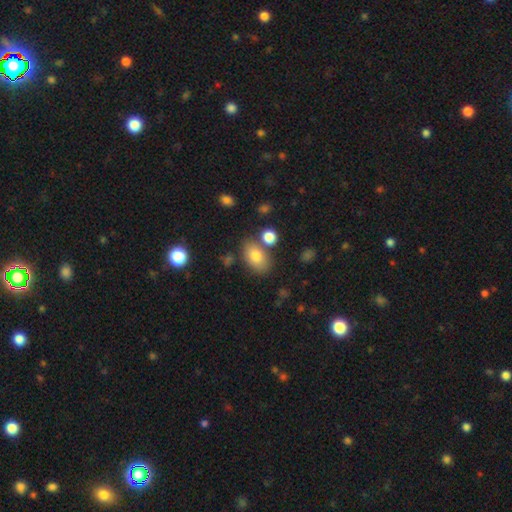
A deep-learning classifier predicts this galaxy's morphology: A smooth galaxy with no disk features (78%) that is in between round and cigar-shaped (87%). Merging: none (72%).